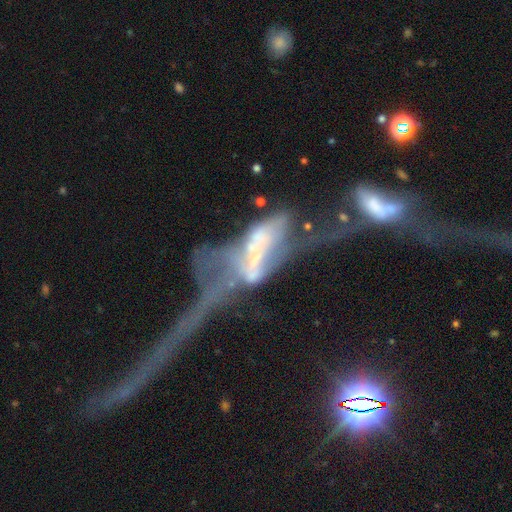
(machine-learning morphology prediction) This appears to be a featured or disk galaxy (64%) with no bar (55%), no spiral arms (70%) and no central bulge (46%). Merging: merger (54%).